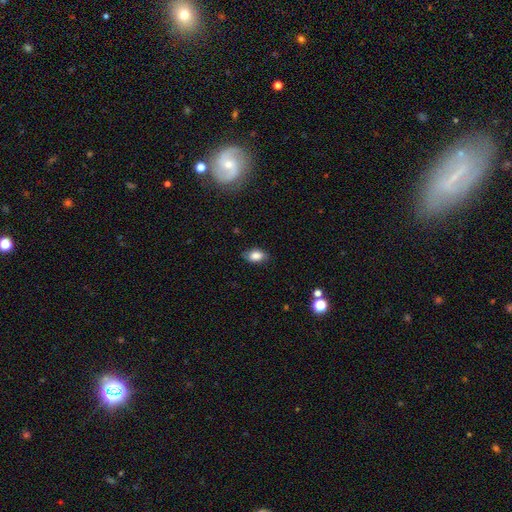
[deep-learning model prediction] Smooth or featured? smooth (83%)
How rounded? in between (87%)
Merging? none (82%)